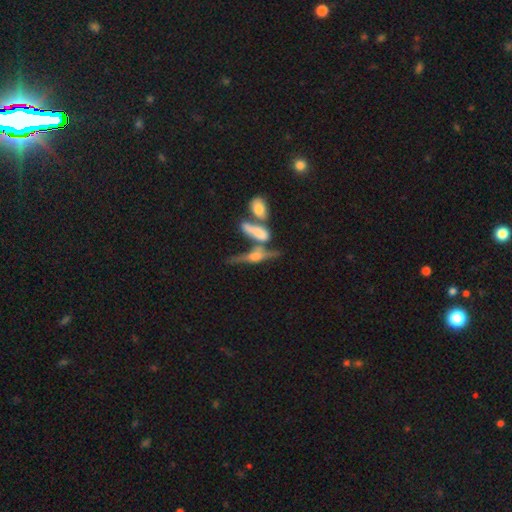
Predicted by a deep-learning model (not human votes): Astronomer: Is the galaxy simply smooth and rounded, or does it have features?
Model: featured or disk — 69%.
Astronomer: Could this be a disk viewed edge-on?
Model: yes — 85%.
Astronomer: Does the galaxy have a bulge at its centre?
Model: rounded — 79%.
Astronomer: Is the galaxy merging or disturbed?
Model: none — 41% (runner-up: merger, 34%).